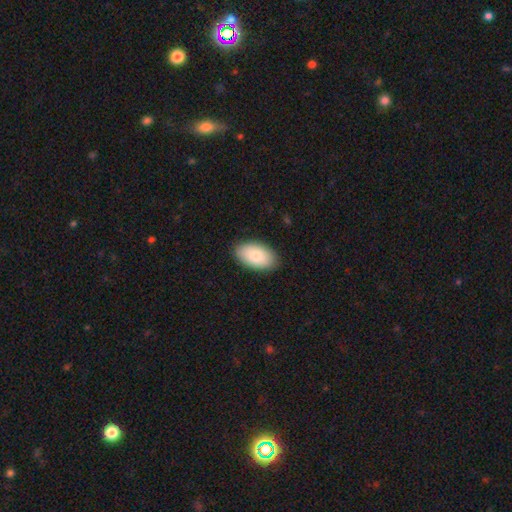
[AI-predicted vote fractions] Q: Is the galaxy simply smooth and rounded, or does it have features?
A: smooth — 83%.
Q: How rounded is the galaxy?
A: in between — 95%.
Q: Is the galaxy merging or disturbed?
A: none — 88%.